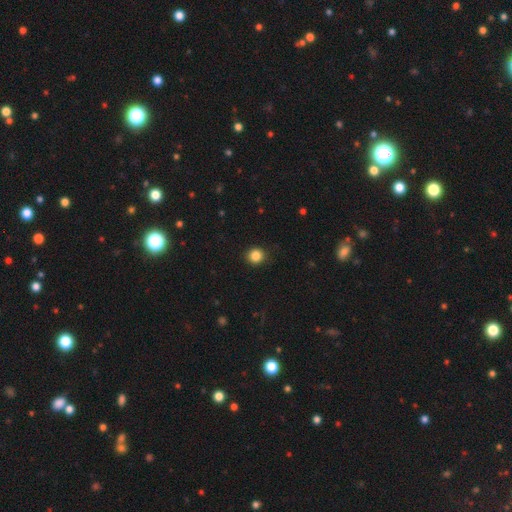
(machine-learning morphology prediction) This is clearly a smooth galaxy (86%). How rounded: clearly round (91%). Merging: clearly none (90%).